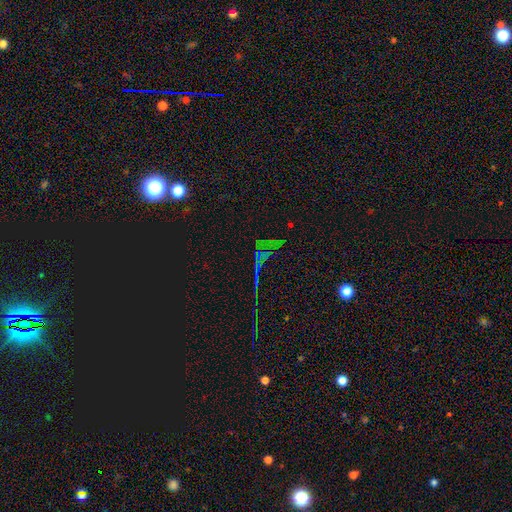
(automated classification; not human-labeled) The model was most divided on "smooth or featured": star or artifact: 72%, smooth: 15%, featured or disk: 12%.